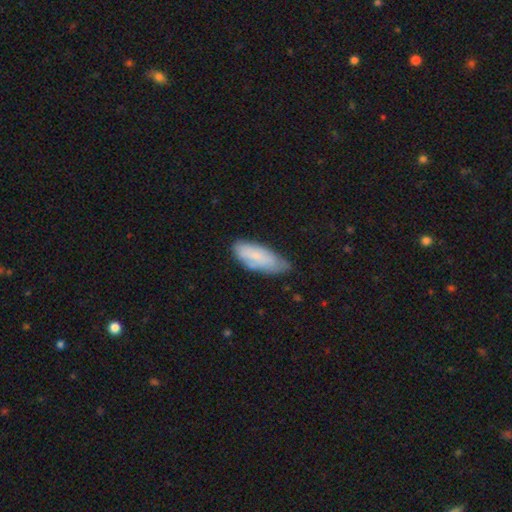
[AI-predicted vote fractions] Q: Smooth or featured?
A: smooth (71%); runner-up: featured or disk (22%)
Q: How rounded?
A: in between (74%); runner-up: cigar-shaped (24%)
Q: Merging?
A: none (50%); runner-up: minor disturbance (38%)